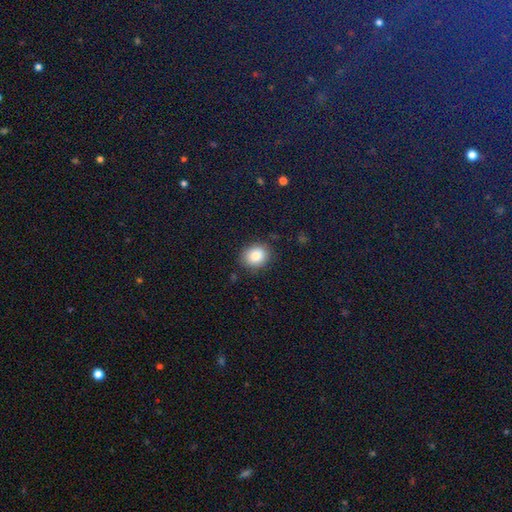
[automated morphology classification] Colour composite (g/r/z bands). It shows a smooth galaxy with no disk features (83%) that is round (65%). Merging: none (85%).